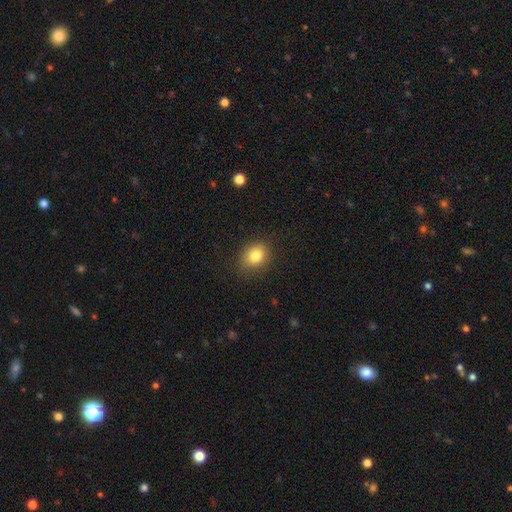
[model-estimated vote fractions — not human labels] smooth 82%, star or artifact 10%, featured or disk 7%. Down the decision tree: how rounded — round (58%); merging — none (83%).